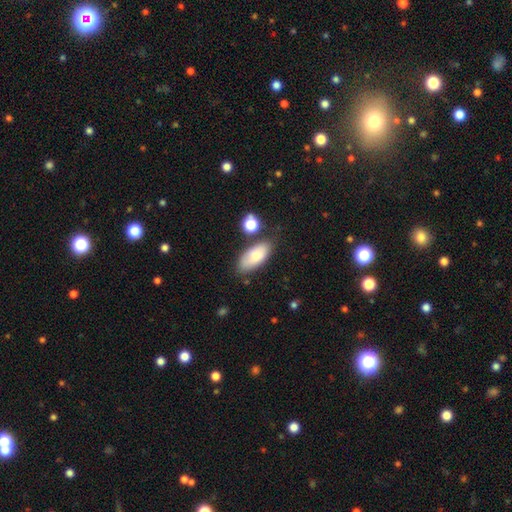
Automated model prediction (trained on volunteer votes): Smooth or featured?
  - smooth: 76% *
  - featured or disk: 17%
  - star or artifact: 7%
How rounded?
  - in between: 87% *
  - cigar-shaped: 10%
  - round: 3%
Merging?
  - none: 70% *
  - minor disturbance: 18%
  - merger: 8%
  - major disturbance: 5%